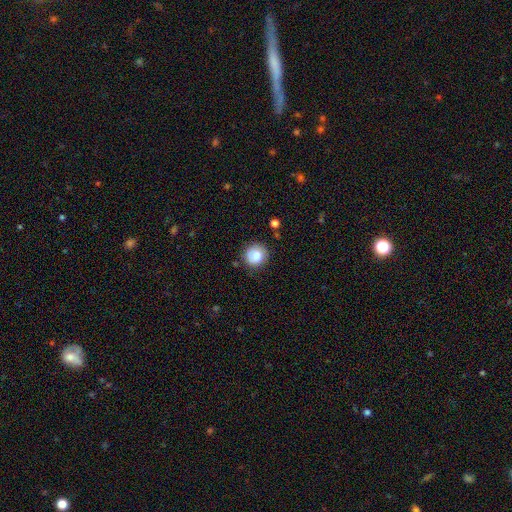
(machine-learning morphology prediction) smooth 82%, featured or disk 9%, star or artifact 9%. Down the decision tree: how rounded — round (91%); merging — none (82%).